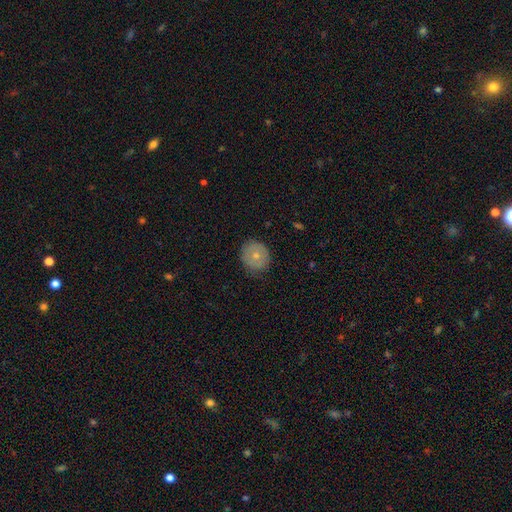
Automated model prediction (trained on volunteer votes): A smooth galaxy with no disk features (67%) that is round (84%).

Vote fractions:
- Smooth or featured? smooth: 67% / featured or disk: 25% / star or artifact: 8%
- How rounded? round: 84% / in between: 15% / cigar-shaped: 1%
- Merging? none: 81% / minor disturbance: 15% / major disturbance: 3% / merger: 1%